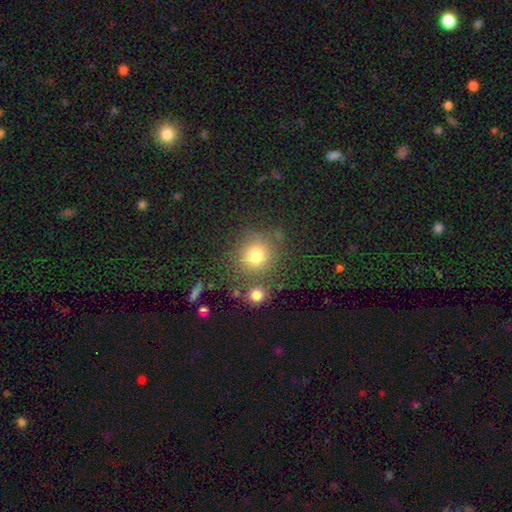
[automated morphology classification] smooth 78%, star or artifact 13%, featured or disk 9%. Down the decision tree: how rounded — round (89%); merging — none (74%).